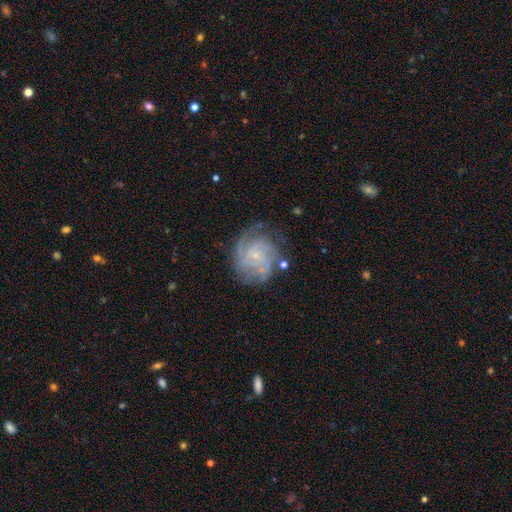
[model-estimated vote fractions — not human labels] Smooth or featured: featured or disk — 83% (smooth — 10%)
Edge-on disk: no — 98% (yes — 2%)
Bar: no — 72% (weak — 24%)
Spiral arms: yes — 96% (no — 4%)
Spiral winding: tight — 62% (medium — 31%)
Spiral arm count: 3 — 26% (tied with can't tell — 26%)
Bulge size: small — 83% (moderate — 9%)
Merging: none — 69% (minor disturbance — 19%)